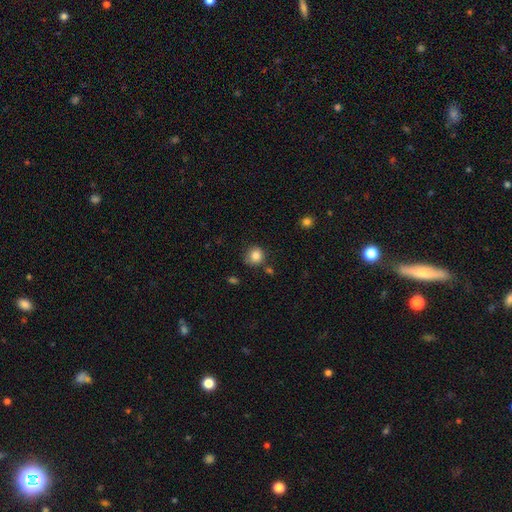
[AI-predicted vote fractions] Q: Smooth or featured?
A: smooth (84%); runner-up: star or artifact (10%)
Q: How rounded?
A: round (89%); runner-up: in between (10%)
Q: Merging?
A: none (76%); runner-up: minor disturbance (15%)